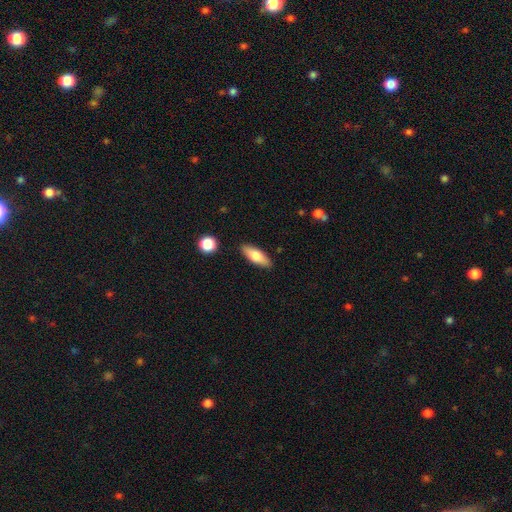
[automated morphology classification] Smooth or featured? Predicted: smooth (p=0.73). How rounded? Predicted: in between (p=0.64). Merging? Predicted: none (p=0.87).